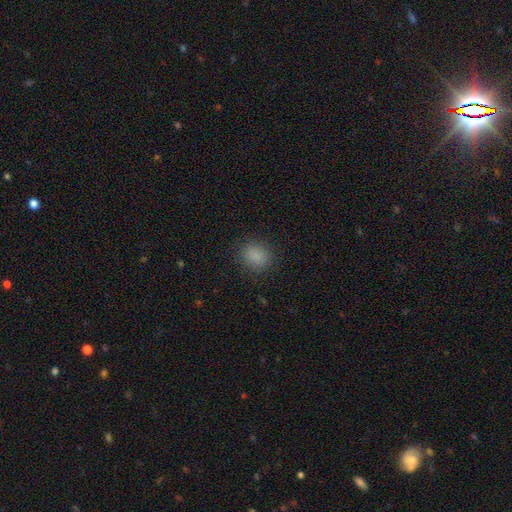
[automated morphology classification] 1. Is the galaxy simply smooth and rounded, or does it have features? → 85% smooth, 11% star or artifact, 4% featured or disk.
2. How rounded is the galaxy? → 67% round, 32% in between, 1% cigar-shaped.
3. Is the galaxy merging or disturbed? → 86% none, 9% minor disturbance, 3% major disturbance, 1% merger.